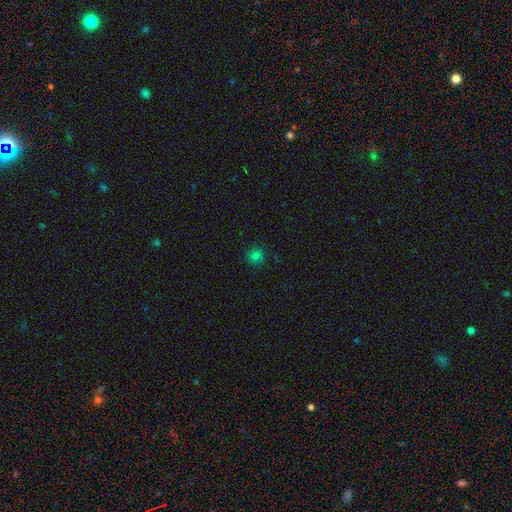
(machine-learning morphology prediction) This appears to be a smooth galaxy with no disk features (80%) that is round (90%). Merging: none (90%).